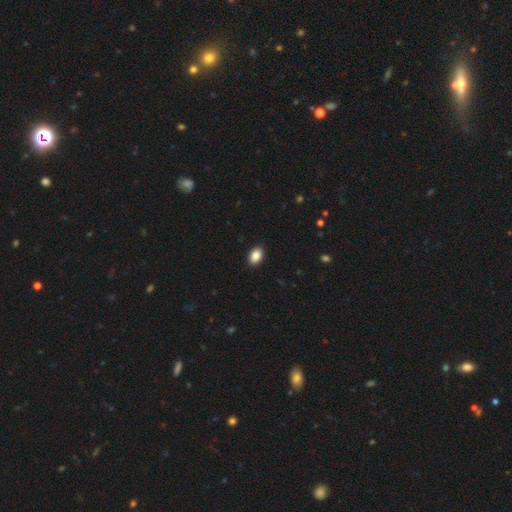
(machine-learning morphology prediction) Smooth or featured? smooth (88%)
How rounded? in between (86%)
Merging? none (91%)